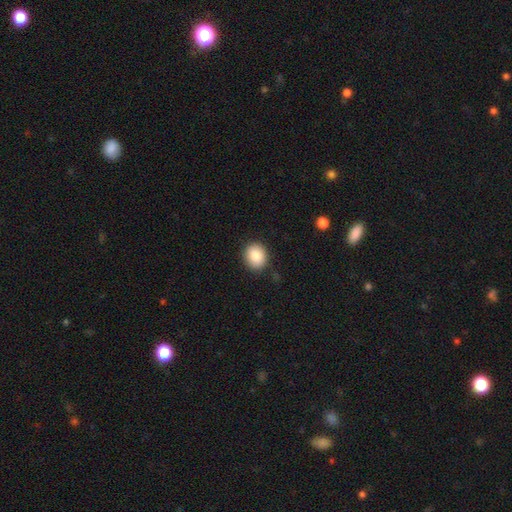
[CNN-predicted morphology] smooth_or_featured: smooth (p=0.85) [alt: star or artifact p=0.08]
how_rounded: round (p=0.72) [alt: in between p=0.27]
merging: none (p=0.88) [alt: minor disturbance p=0.08]